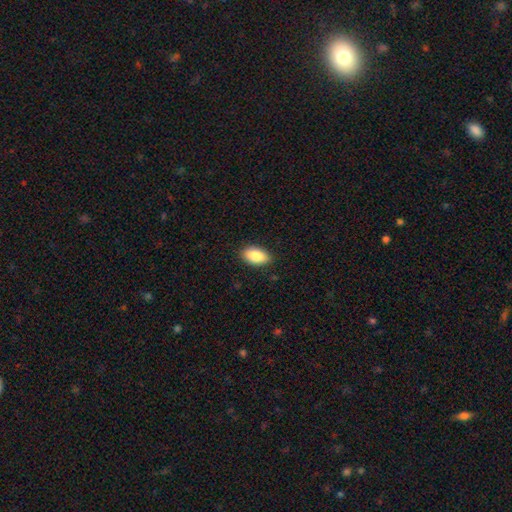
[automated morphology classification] The model was most divided on "smooth or featured": smooth: 86%, featured or disk: 7%, star or artifact: 7%. More confident: how rounded — in between (93%); merging — none (88%).